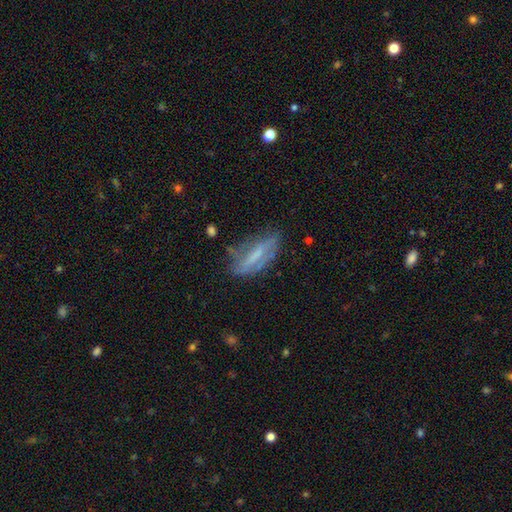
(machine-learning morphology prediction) This is possibly a featured or disk galaxy (52%). It is likely not viewed edge-on (63%). Merging: possibly none (54%).